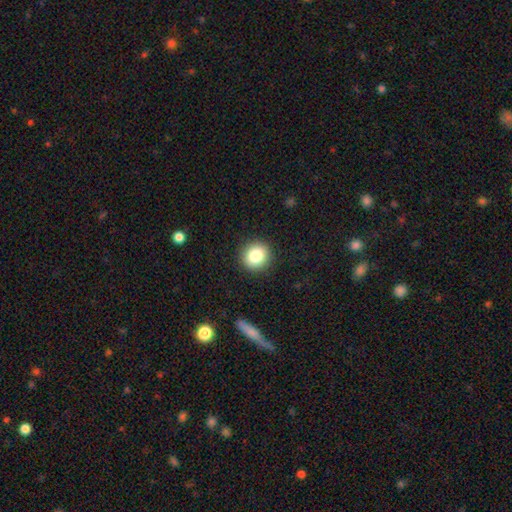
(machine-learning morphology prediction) smooth-or-featured: smooth: 83% | star or artifact: 10% | featured or disk: 7%
  how-rounded: round: 89% | in between: 10% | cigar-shaped: 1%
  merging: none: 91% | minor disturbance: 6% | major disturbance: 2% | merger: 1%